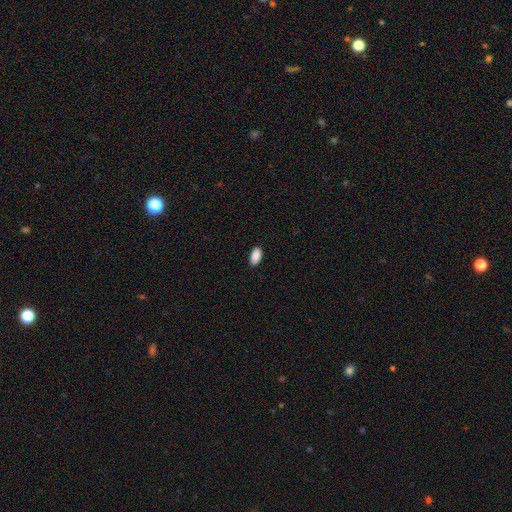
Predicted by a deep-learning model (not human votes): Q: Smooth or featured?
A: smooth (90%); runner-up: star or artifact (7%)
Q: How rounded?
A: in between (94%); runner-up: cigar-shaped (3%)
Q: Merging?
A: none (89%); runner-up: minor disturbance (8%)